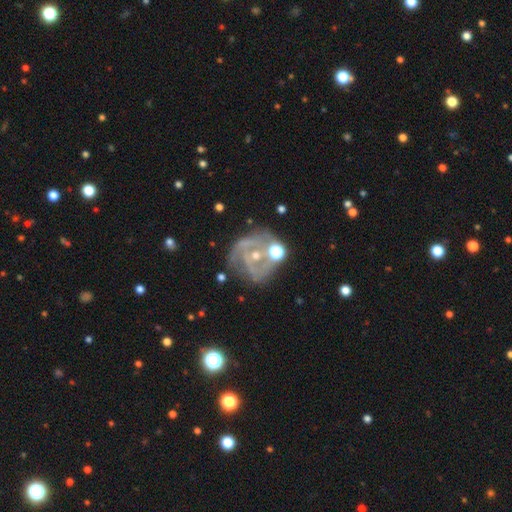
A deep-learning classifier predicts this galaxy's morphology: type=featured or disk (80%); edge-on=no (98%); bar=no (53%); spiral arms=yes (89%); winding=medium (43%, tied with tight); arm count=2 (48%); bulge=small (58%); merging=none (59%).